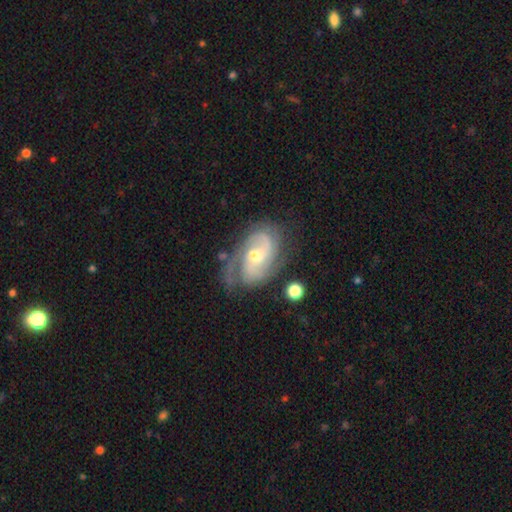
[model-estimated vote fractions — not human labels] This is clearly a featured or disk galaxy (86%). It is clearly not viewed edge-on (97%). Bar: marginally weak (45%). Spiral arm pattern: clearly yes (96%). Spiral arm count: likely 2 (61%). Spiral winding: possibly medium (47%). Central bulge: possibly moderate (52%). Merging: possibly none (58%).